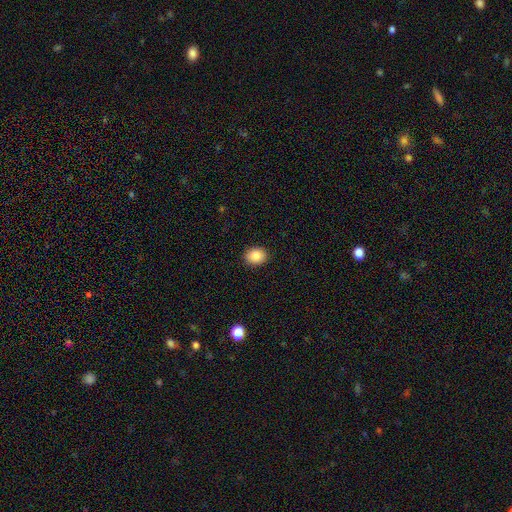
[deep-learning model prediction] Q: Smooth or featured?
A: smooth (87%); runner-up: star or artifact (9%)
Q: How rounded?
A: in between (50%); runner-up: round (49%)
Q: Merging?
A: none (91%); runner-up: minor disturbance (6%)